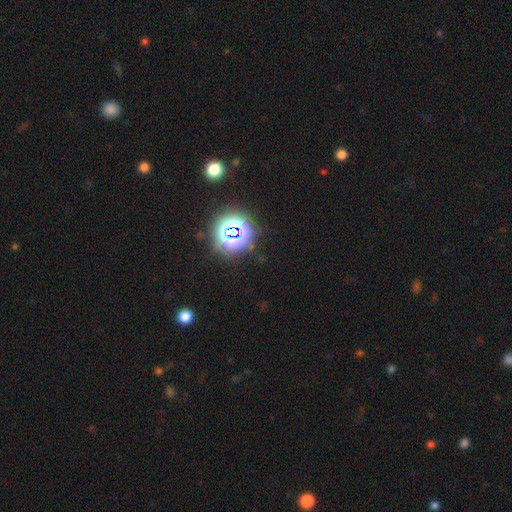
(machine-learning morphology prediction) Smooth or featured: star or artifact — 78% (smooth — 15%)